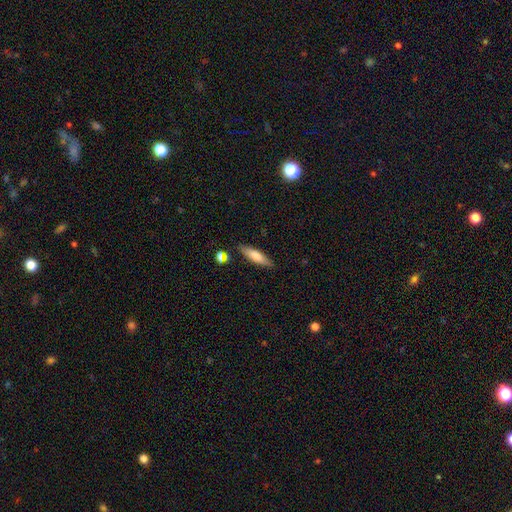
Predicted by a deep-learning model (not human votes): Q: Smooth or featured?
A: smooth (66%); runner-up: featured or disk (27%)
Q: How rounded?
A: cigar-shaped (66%); runner-up: in between (32%)
Q: Merging?
A: none (83%); runner-up: minor disturbance (11%)